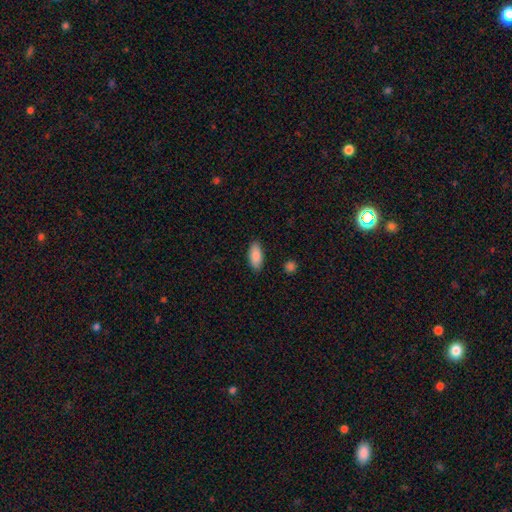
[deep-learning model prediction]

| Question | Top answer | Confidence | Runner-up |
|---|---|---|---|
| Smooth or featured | smooth | 87% | featured or disk (7%) |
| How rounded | in between | 87% | cigar-shaped (11%) |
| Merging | none | 88% | minor disturbance (9%) |